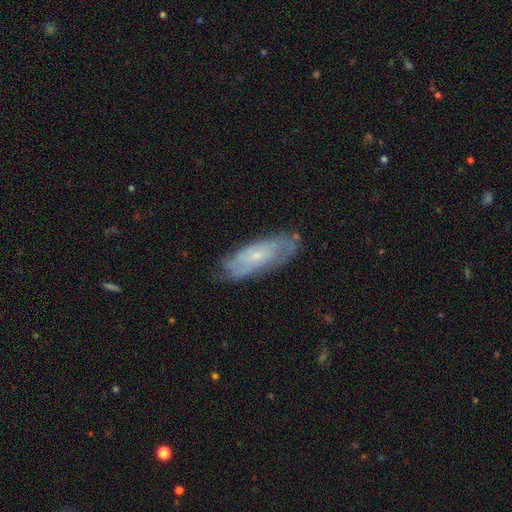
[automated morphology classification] A featured or disk galaxy (65%) with no bar (74%), spiral arms (82%) and a small central bulge (78%). Merging: none (75%).